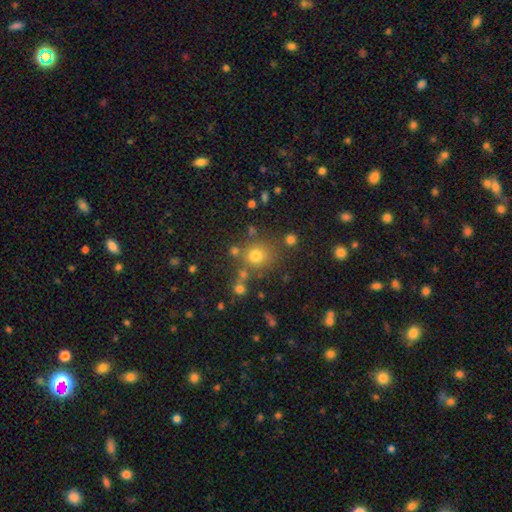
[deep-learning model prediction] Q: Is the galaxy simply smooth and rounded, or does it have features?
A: smooth — 72%.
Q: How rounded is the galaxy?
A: round — 88%.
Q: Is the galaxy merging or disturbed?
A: none — 74%.